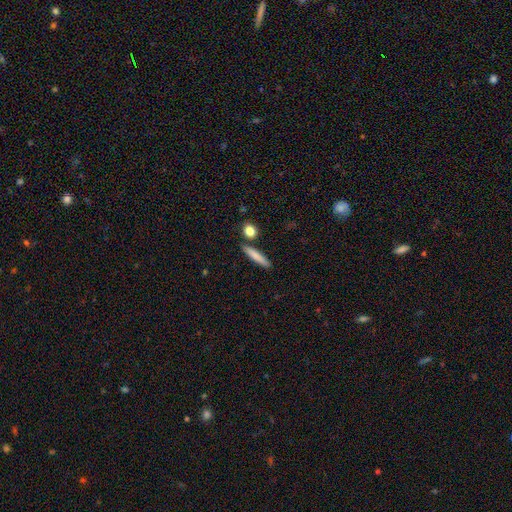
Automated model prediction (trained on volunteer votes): This is likely a smooth galaxy (79%). How rounded: clearly cigar-shaped (87%). Merging: clearly none (84%).